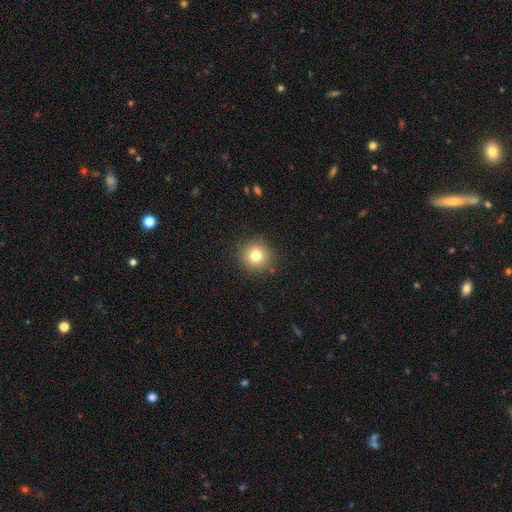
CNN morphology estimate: smooth-or-featured: smooth: 79% | star or artifact: 12% | featured or disk: 9%
  how-rounded: round: 93% | in between: 6% | cigar-shaped: 1%
  merging: none: 89% | minor disturbance: 7% | major disturbance: 2% | merger: 1%